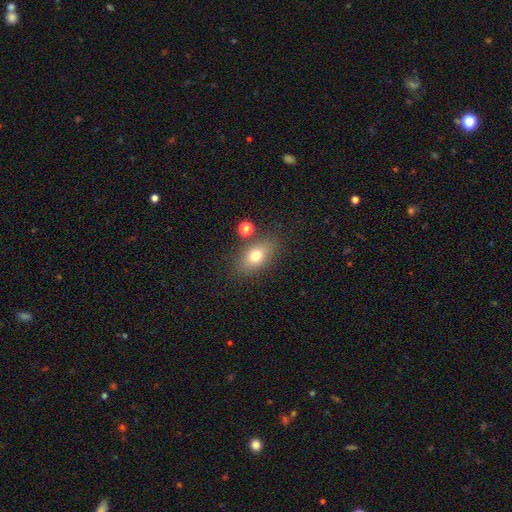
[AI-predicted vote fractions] Smooth or featured?
  - smooth: 73% *
  - featured or disk: 15%
  - star or artifact: 11%
How rounded?
  - in between: 80% *
  - round: 16%
  - cigar-shaped: 4%
Merging?
  - none: 77% *
  - minor disturbance: 12%
  - merger: 7%
  - major disturbance: 4%